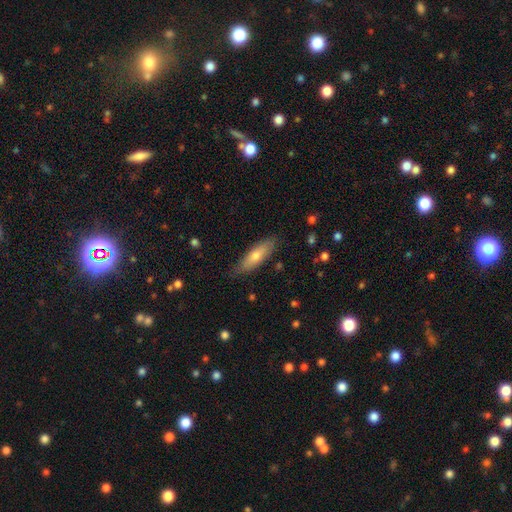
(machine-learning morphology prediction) smooth-or-featured: smooth: 64% | featured or disk: 30% | star or artifact: 6%
  how-rounded: cigar-shaped: 60% | in between: 38% | round: 2%
  merging: none: 82% | minor disturbance: 14% | major disturbance: 2% | merger: 1%